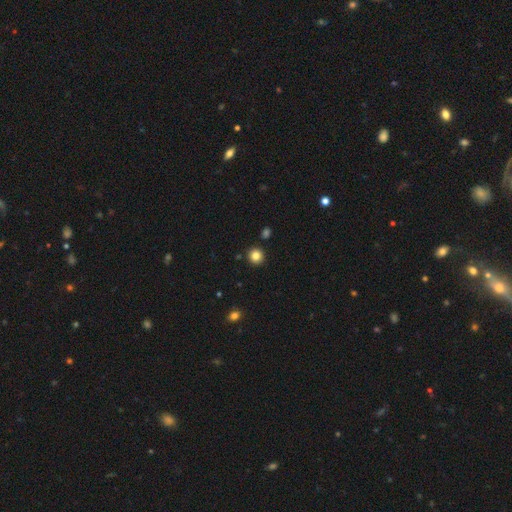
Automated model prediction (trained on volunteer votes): Smooth or featured? Predicted: smooth (p=0.84). How rounded? Predicted: round (p=0.93). Merging? Predicted: none (p=0.91).